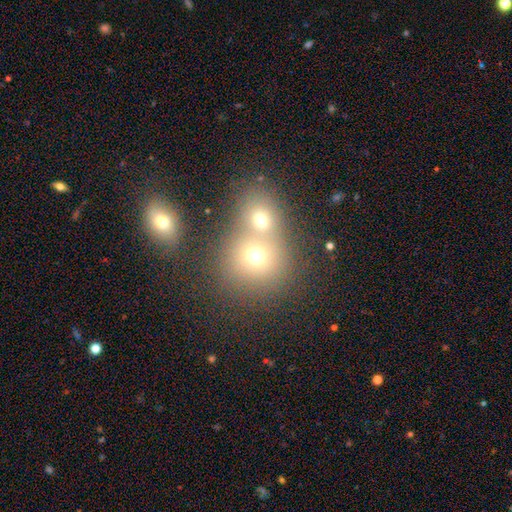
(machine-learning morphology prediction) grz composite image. It shows a smooth galaxy with no disk features (68%) that is round (81%). Merging: merger (54%).